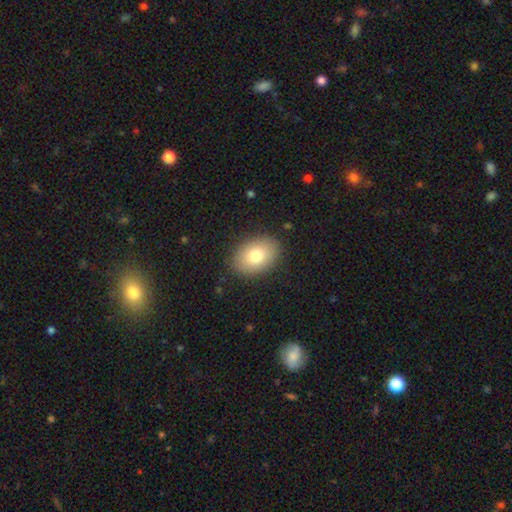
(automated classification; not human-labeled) Smooth or featured? smooth (77%)
How rounded? in between (79%)
Merging? none (87%)